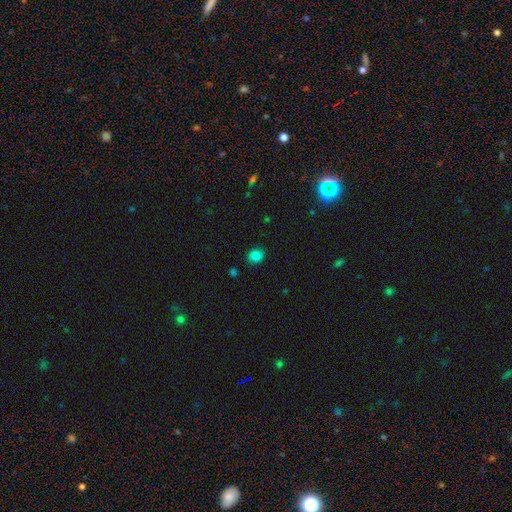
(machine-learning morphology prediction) Smooth or featured? smooth (82%)
How rounded? round (62%)
Merging? none (85%)